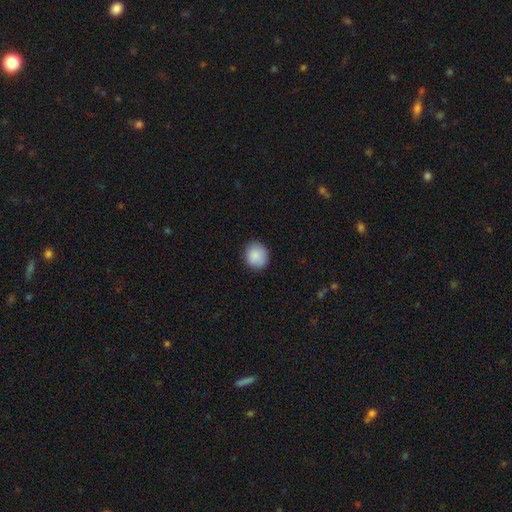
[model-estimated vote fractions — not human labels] Smooth or featured? Predicted: smooth (p=0.89). How rounded? Predicted: round (p=0.82). Merging? Predicted: none (p=0.87).